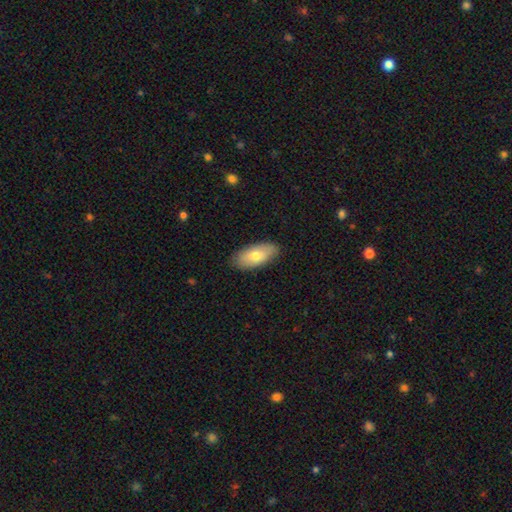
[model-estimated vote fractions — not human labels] The model was most divided on "smooth or featured": smooth: 73%, featured or disk: 21%, star or artifact: 6%. More confident: how rounded — in between (90%); merging — none (86%).